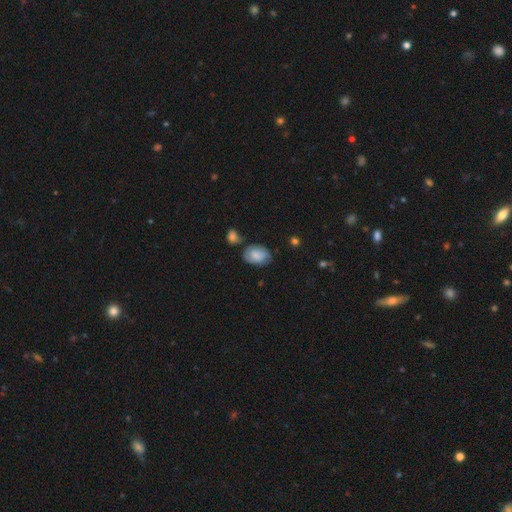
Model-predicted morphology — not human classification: Smooth or featured? smooth (69%)
How rounded? in between (82%)
Merging? none (62%)